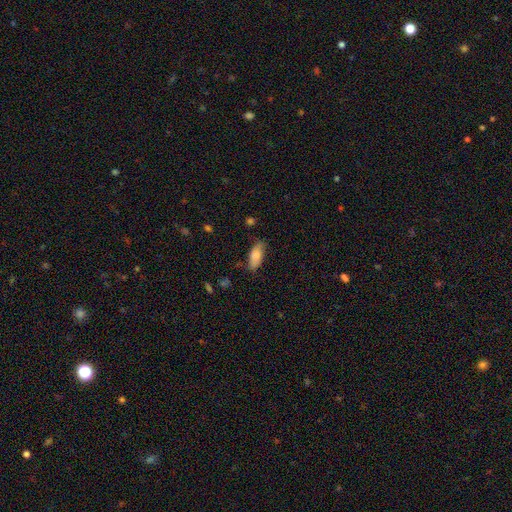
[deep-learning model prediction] The model was most divided on "merging": none: 71%, minor disturbance: 22%, major disturbance: 5%, merger: 2%. More confident: smooth or featured — smooth (80%); how rounded — in between (80%).